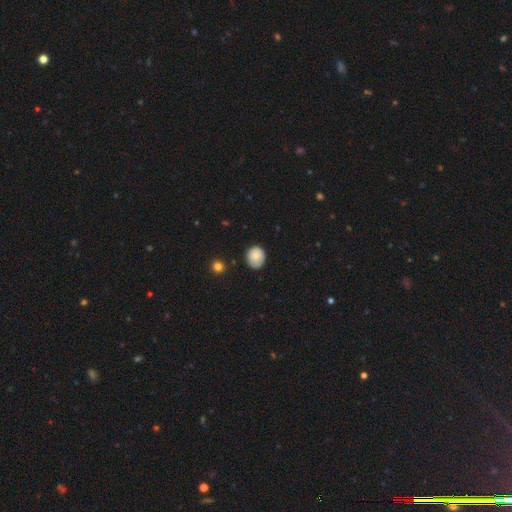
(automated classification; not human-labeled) A smooth galaxy with no disk features (82%) that is round (73%).

Vote fractions:
- Smooth or featured? smooth: 82% / featured or disk: 10% / star or artifact: 8%
- How rounded? round: 73% / in between: 26% / cigar-shaped: 1%
- Merging? none: 77% / minor disturbance: 19% / major disturbance: 3% / merger: 2%